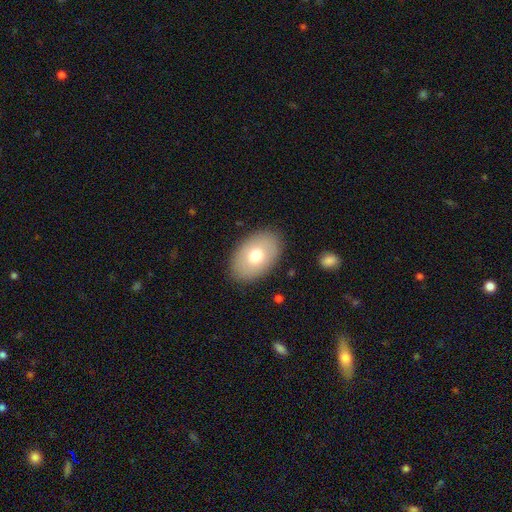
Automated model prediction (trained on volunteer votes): A smooth galaxy with no disk features (71%) that is in between round and cigar-shaped (87%).

Vote fractions:
- Smooth or featured? smooth: 71% / featured or disk: 22% / star or artifact: 7%
- How rounded? in between: 87% / round: 11% / cigar-shaped: 1%
- Merging? none: 88% / minor disturbance: 9% / major disturbance: 3% / merger: 1%